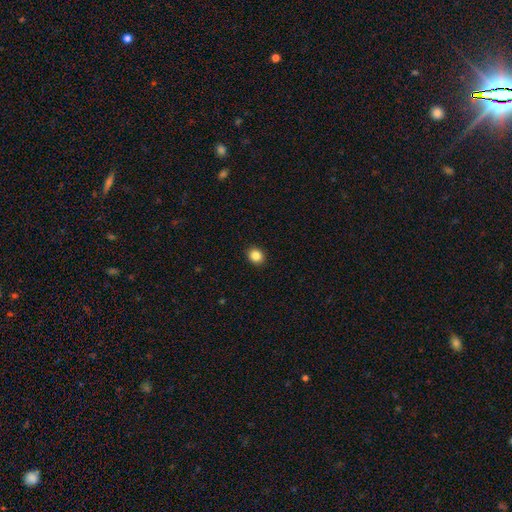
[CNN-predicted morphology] Smooth or featured: smooth — 85% (star or artifact — 10%)
How rounded: round — 73% (in between — 26%)
Merging: none — 92% (minor disturbance — 6%)